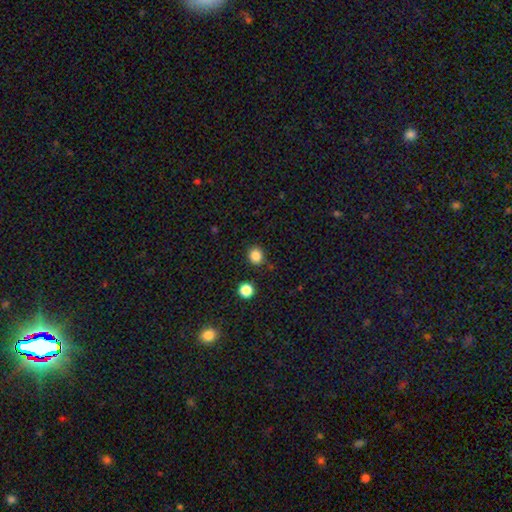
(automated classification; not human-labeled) Q: Smooth or featured?
A: smooth (85%); runner-up: star or artifact (11%)
Q: How rounded?
A: round (80%); runner-up: in between (19%)
Q: Merging?
A: none (85%); runner-up: minor disturbance (9%)